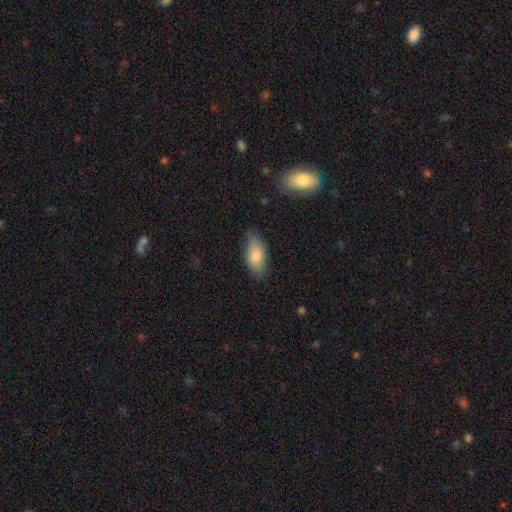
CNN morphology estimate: Smooth or featured? Predicted: smooth (p=0.80). How rounded? Predicted: in between (p=0.87). Merging? Predicted: none (p=0.73).